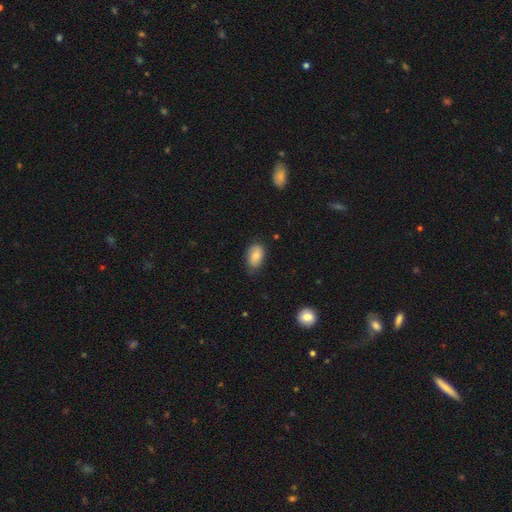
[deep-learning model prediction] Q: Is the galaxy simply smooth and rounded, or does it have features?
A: smooth — 79%.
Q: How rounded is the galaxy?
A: in between — 91%.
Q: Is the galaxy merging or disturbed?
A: none — 70%.